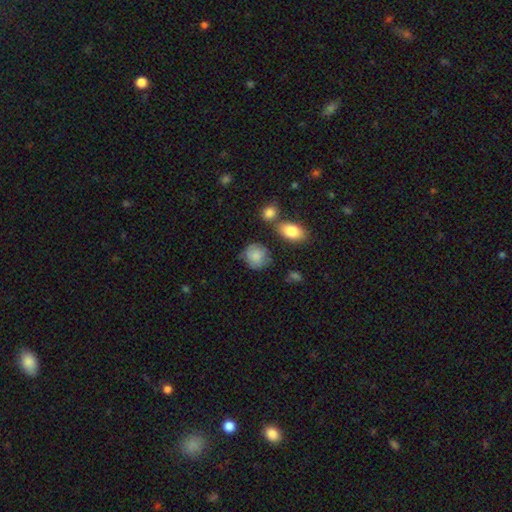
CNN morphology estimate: The model was most divided on "merging": none: 64%, minor disturbance: 23%, major disturbance: 7%, merger: 6%. More confident: smooth or featured — smooth (81%); how rounded — round (74%).